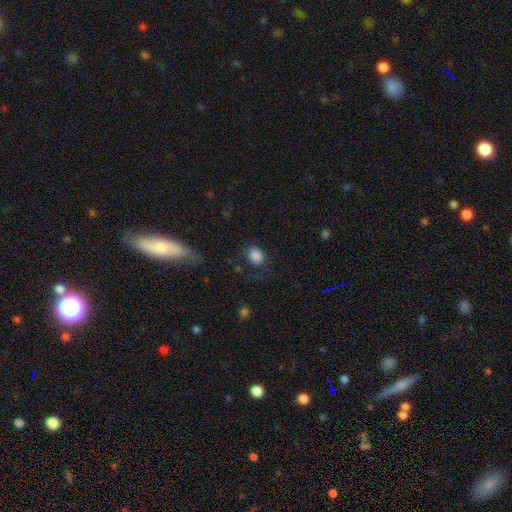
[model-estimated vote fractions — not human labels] Morphology: type=smooth (84%); roundness=in between (53%); merging=none (67%).